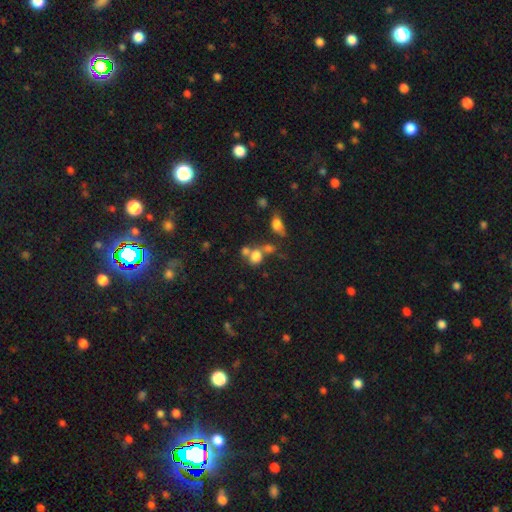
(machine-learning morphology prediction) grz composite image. It shows a smooth galaxy with no disk features (74%) that is round (58%). Merging: merger (43%).